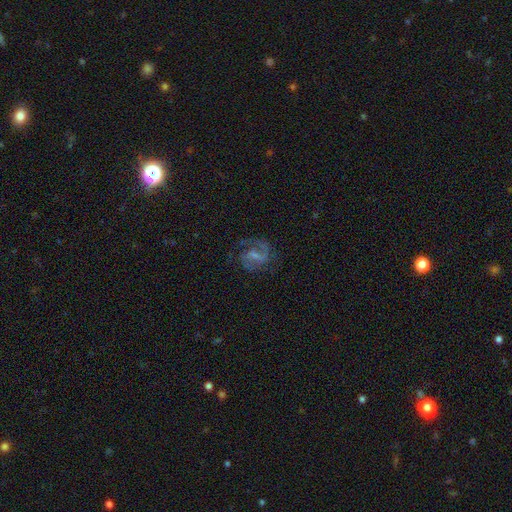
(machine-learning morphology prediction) A featured or disk galaxy (79%) with a weak bar (53%), 2 (81%) medium (55%) spiral arms (94%) and a small central bulge (41%). Merging: none (67%).